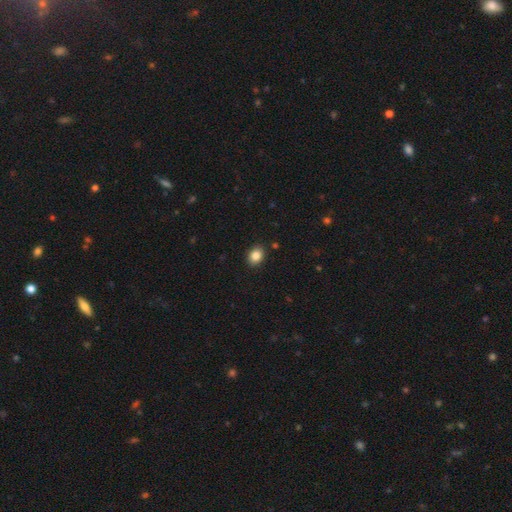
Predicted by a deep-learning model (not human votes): The model was most divided on "how rounded": in between: 58%, round: 41%, cigar-shaped: 1%. More confident: merging — none (89%); smooth or featured — smooth (85%).